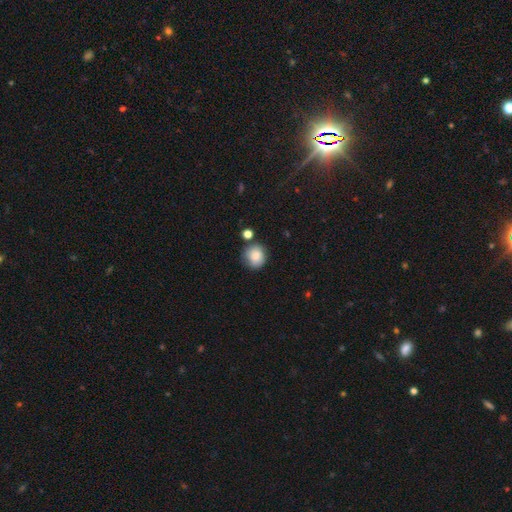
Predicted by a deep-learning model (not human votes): The model was most divided on "merging": none: 72%, minor disturbance: 16%, merger: 8%, major disturbance: 4%. More confident: how rounded — round (86%); smooth or featured — smooth (85%).